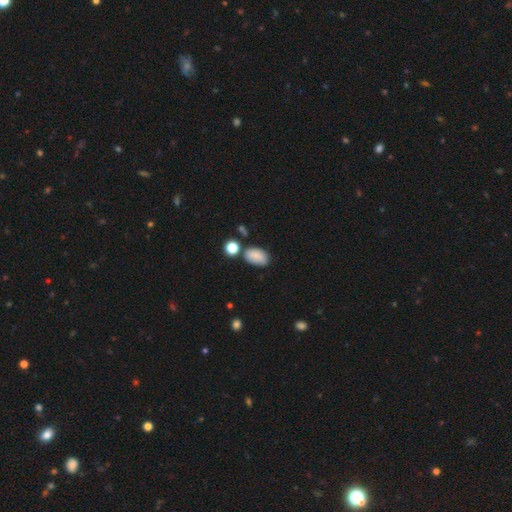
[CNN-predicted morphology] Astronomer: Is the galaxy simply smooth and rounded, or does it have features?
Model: smooth — 84%.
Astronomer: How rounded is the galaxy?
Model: in between — 91%.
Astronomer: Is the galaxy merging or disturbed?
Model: none — 69%.